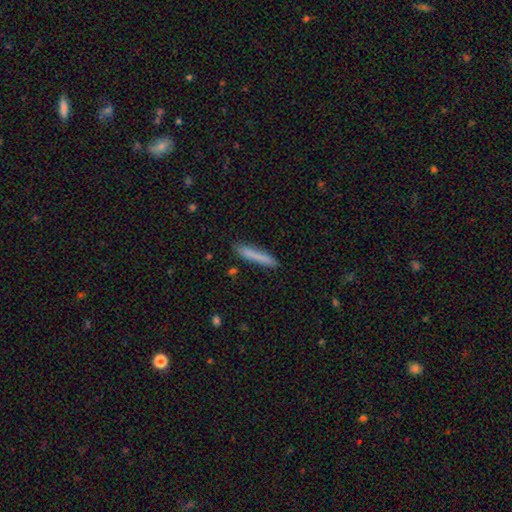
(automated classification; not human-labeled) This is likely a smooth galaxy (80%). How rounded: clearly cigar-shaped (94%). Merging: clearly none (85%).